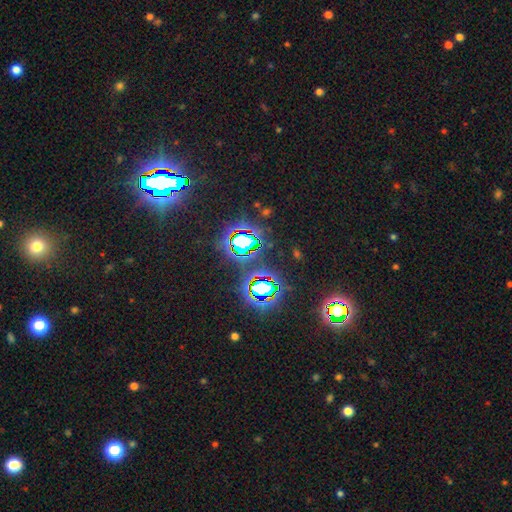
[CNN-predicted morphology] type=star or artifact (82%).